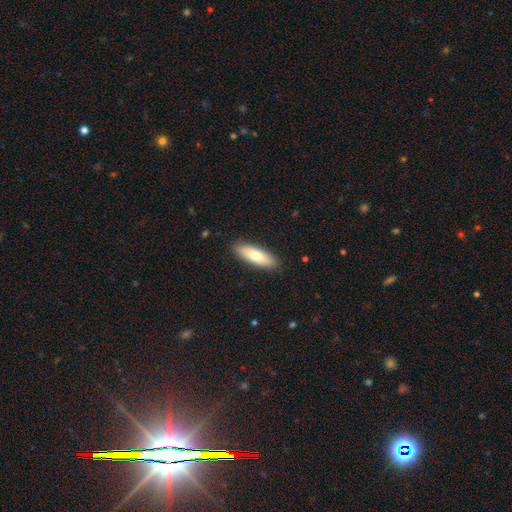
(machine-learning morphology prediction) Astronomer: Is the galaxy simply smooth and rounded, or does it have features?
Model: smooth — 76%.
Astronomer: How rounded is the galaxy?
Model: in between — 49%, tied with cigar-shaped at 49%.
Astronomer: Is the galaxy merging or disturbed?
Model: none — 89%.